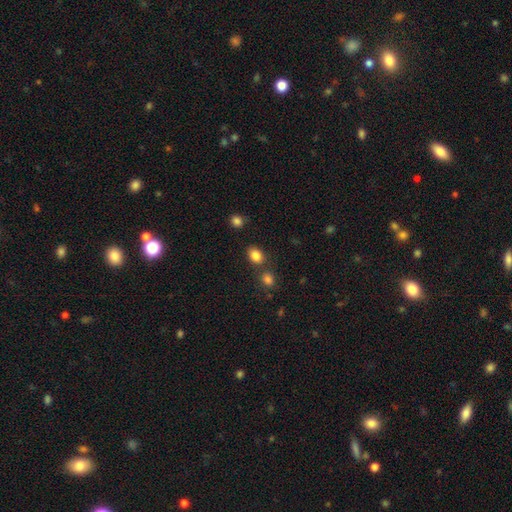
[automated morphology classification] This is clearly a smooth galaxy (84%). How rounded: likely in between (62%). Merging: likely none (72%).